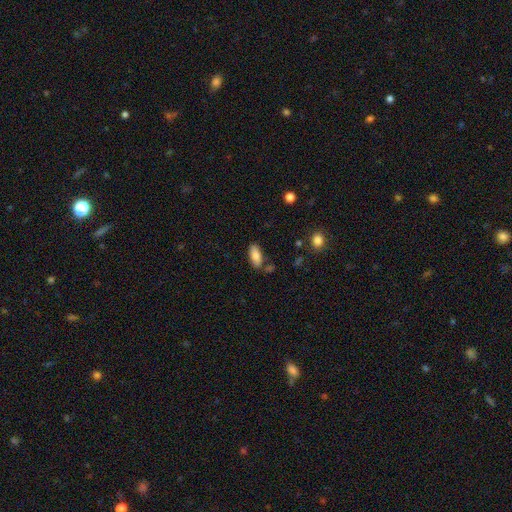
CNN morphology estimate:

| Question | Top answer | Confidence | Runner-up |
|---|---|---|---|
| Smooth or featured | smooth | 84% | featured or disk (9%) |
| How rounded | in between | 84% | cigar-shaped (14%) |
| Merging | none | 77% | minor disturbance (14%) |